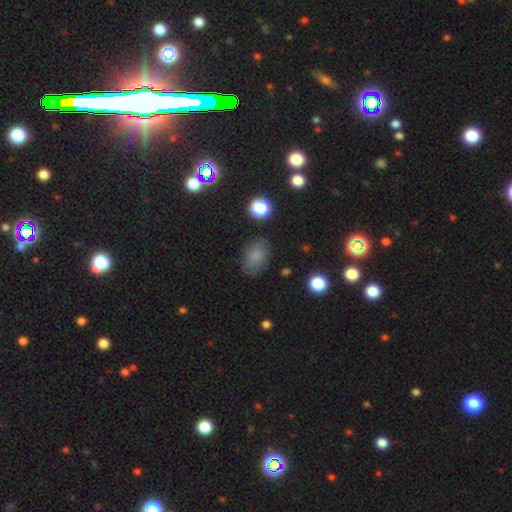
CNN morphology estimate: Smooth or featured: smooth — 78% (star or artifact — 12%)
How rounded: in between — 83% (round — 16%)
Merging: none — 77% (minor disturbance — 16%)